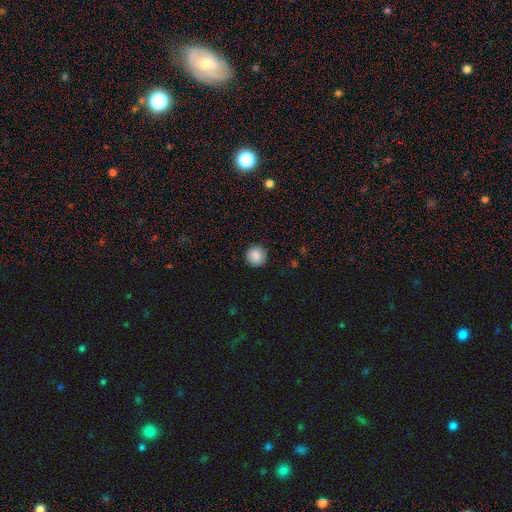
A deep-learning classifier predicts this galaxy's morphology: smooth 88%, star or artifact 9%, featured or disk 3%. Down the decision tree: how rounded — round (96%); merging — none (91%).